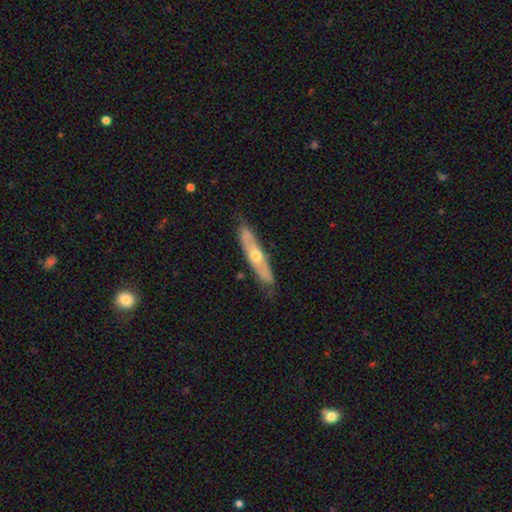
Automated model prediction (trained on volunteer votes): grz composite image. It shows a featured or disk galaxy (58%) viewed edge-on (63%). Merging: none (76%).